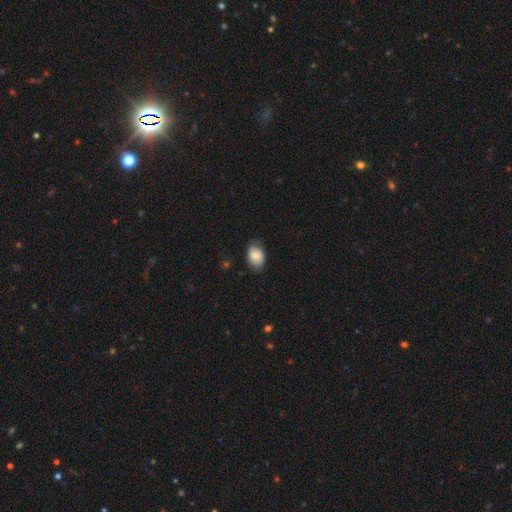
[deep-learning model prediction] This appears to be a smooth galaxy with no disk features (79%) that is in between round and cigar-shaped (79%). Merging: none (78%).